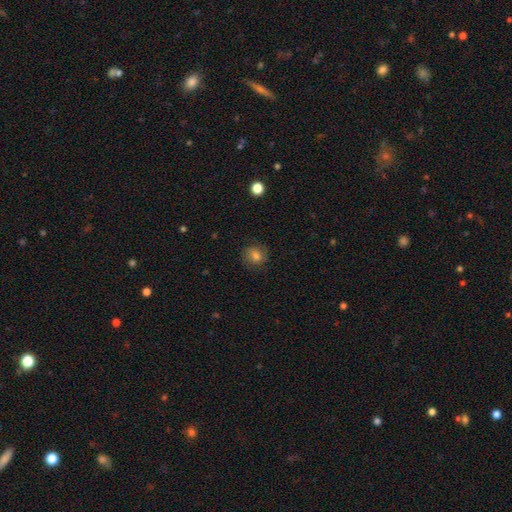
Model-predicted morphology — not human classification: Overall: smooth (74%). How rounded: round (81%). Merging: none (82%).